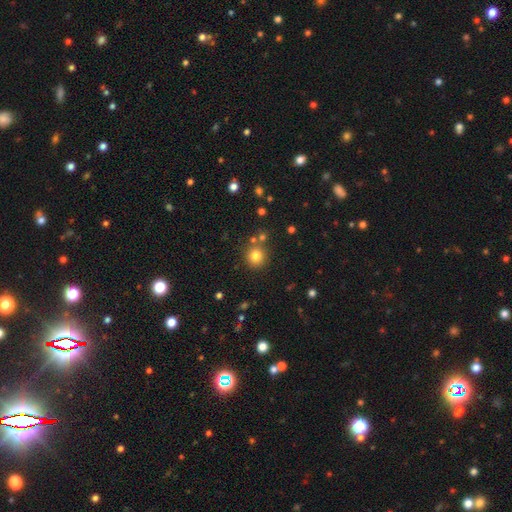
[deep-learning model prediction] Smooth or featured?
  - smooth: 79% *
  - star or artifact: 14%
  - featured or disk: 7%
How rounded?
  - round: 92% *
  - in between: 7%
  - cigar-shaped: 1%
Merging?
  - none: 82% *
  - merger: 8%
  - minor disturbance: 7%
  - major disturbance: 3%